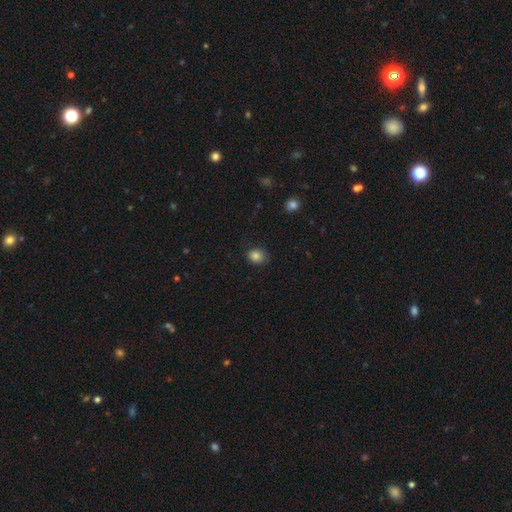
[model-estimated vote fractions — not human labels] smooth_or_featured: smooth (p=0.85) [alt: star or artifact p=0.10]
how_rounded: round (p=0.64) [alt: in between p=0.35]
merging: none (p=0.77) [alt: minor disturbance p=0.18]